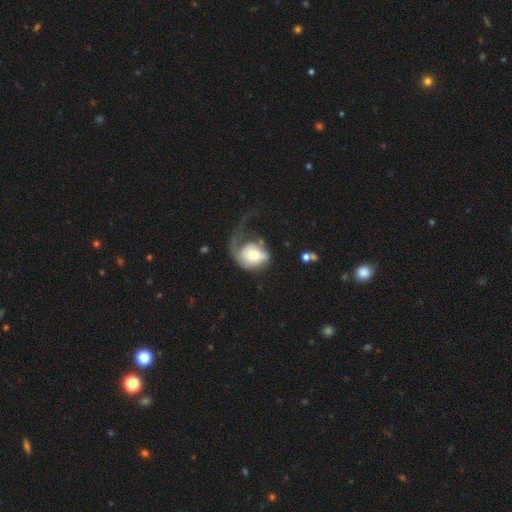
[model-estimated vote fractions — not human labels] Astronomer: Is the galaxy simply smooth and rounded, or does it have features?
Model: featured or disk — 48% (runner-up: smooth, 45%).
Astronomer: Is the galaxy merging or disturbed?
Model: major disturbance — 59%.